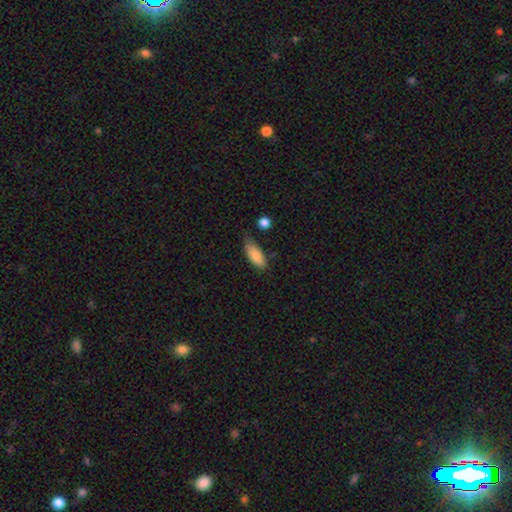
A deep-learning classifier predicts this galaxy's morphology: smooth 84%, featured or disk 9%, star or artifact 6%. Down the decision tree: how rounded — in between (79%); merging — none (58%).